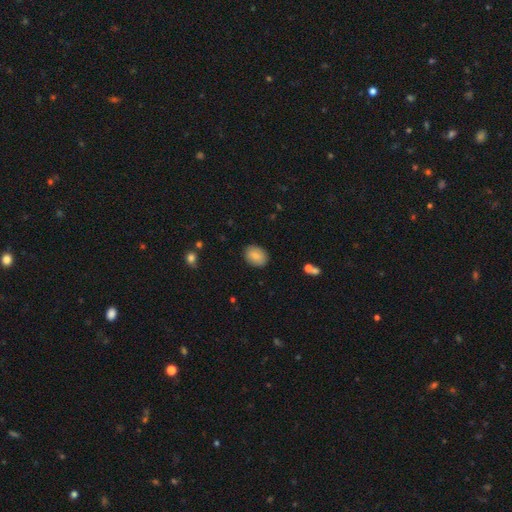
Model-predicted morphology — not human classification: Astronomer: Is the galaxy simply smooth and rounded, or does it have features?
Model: smooth — 84%.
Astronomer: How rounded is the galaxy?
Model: in between — 70%.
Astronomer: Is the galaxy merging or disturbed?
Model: none — 88%.